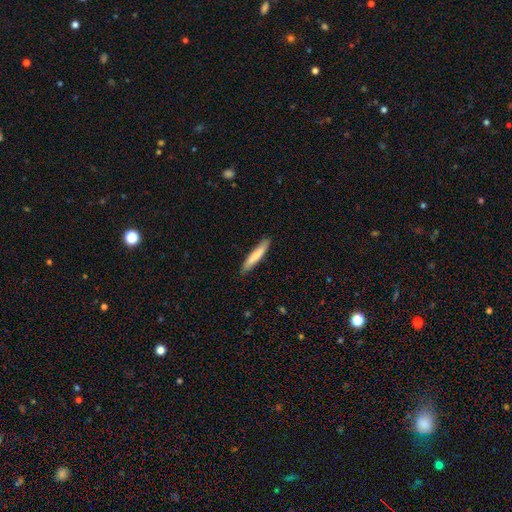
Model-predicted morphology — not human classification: A smooth galaxy with no disk features (78%) that is cigar-shaped (91%). Merging: none (86%).